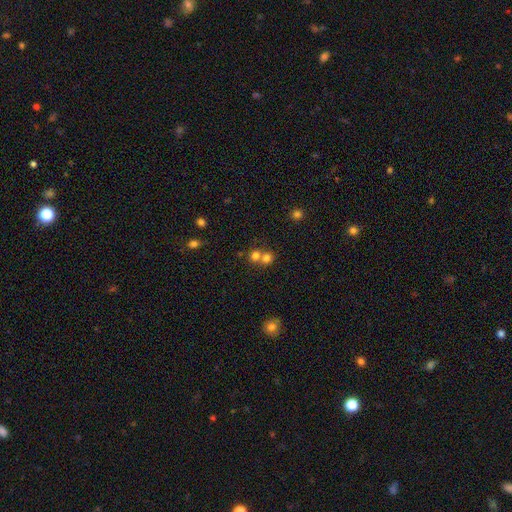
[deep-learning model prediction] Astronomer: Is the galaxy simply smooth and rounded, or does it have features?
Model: smooth — 74%.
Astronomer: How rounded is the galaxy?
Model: round — 84%.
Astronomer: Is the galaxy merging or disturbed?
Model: merger — 51% (runner-up: none, 41%).